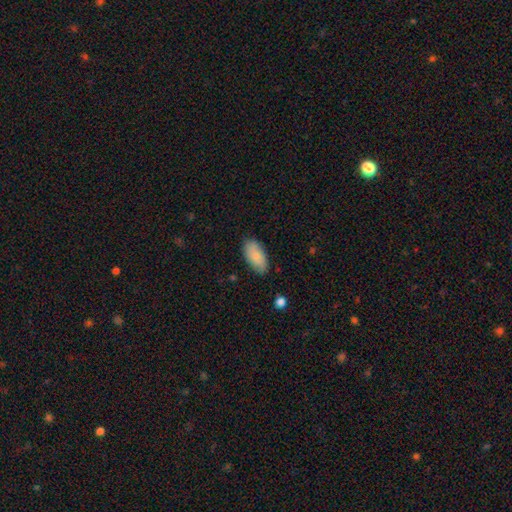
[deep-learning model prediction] smooth-or-featured: smooth: 84% | featured or disk: 10% | star or artifact: 6%
  how-rounded: in between: 93% | cigar-shaped: 5% | round: 2%
  merging: none: 83% | minor disturbance: 13% | major disturbance: 3% | merger: 1%